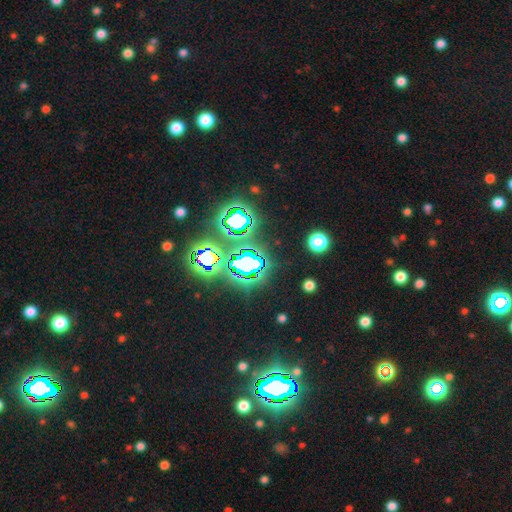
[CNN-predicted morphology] Smooth or featured? star or artifact (79%)